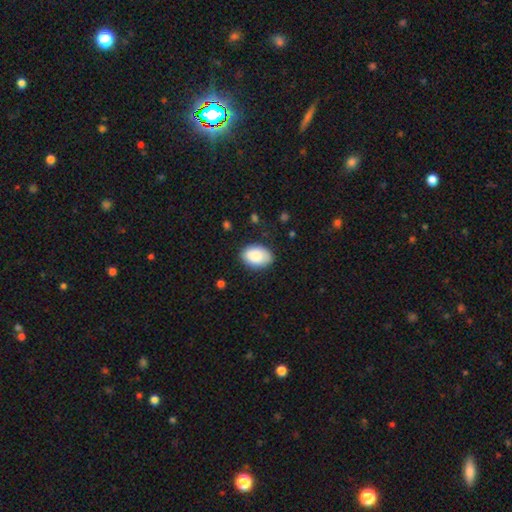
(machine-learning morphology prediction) A smooth galaxy with no disk features (88%) that is in between round and cigar-shaped (86%). Merging: none (83%).